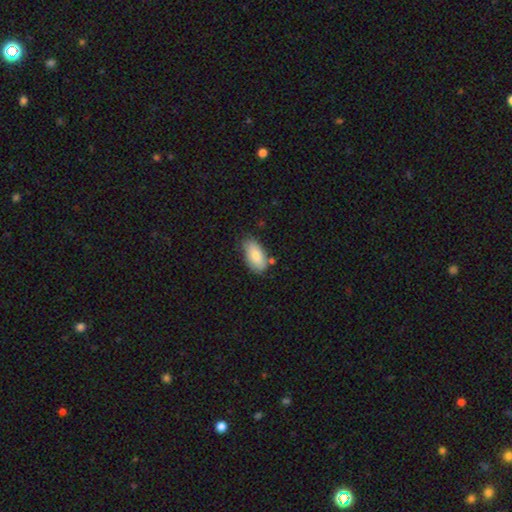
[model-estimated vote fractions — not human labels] Smooth or featured? smooth (81%)
How rounded? in between (92%)
Merging? none (69%)